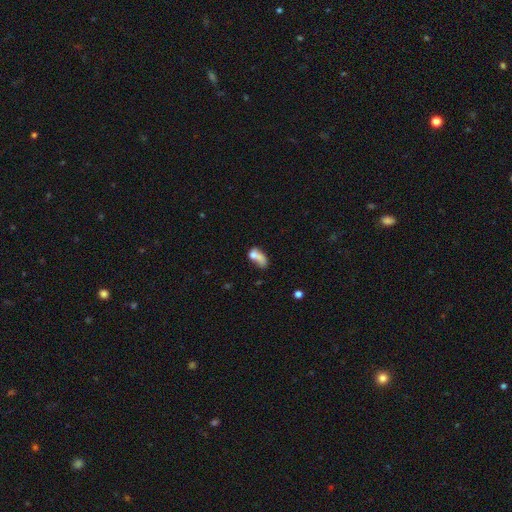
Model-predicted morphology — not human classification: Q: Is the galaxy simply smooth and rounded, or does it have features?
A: smooth — 64%.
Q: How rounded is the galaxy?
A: in between — 79%.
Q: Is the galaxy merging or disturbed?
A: merger — 41%.